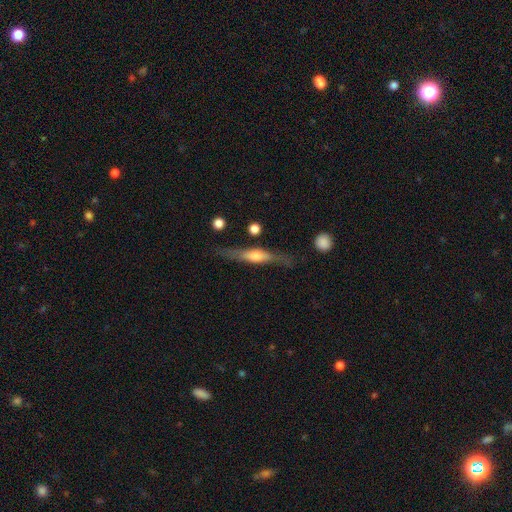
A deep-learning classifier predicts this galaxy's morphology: A featured or disk galaxy (67%) viewed edge-on (93%) with a rounded central bulge (75%).

Vote fractions:
- Smooth or featured? featured or disk: 67% / smooth: 27% / star or artifact: 6%
- Edge-on disk? yes: 93% / no: 7%
- Edge-on bulge? rounded: 75% / boxy: 18% / none: 7%
- Merging? none: 79% / minor disturbance: 14% / major disturbance: 5% / merger: 3%